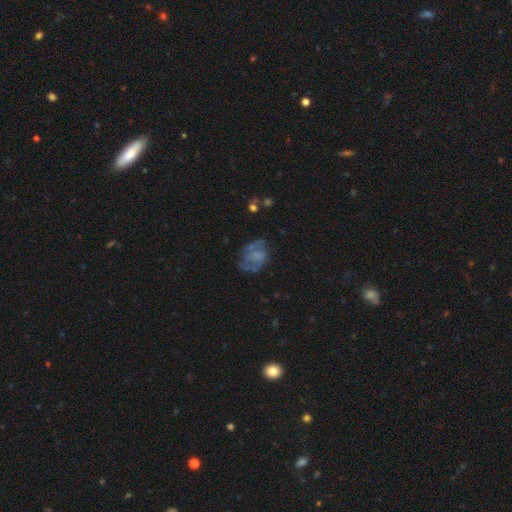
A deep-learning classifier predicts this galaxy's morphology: Overall: featured or disk (52%; smooth 35%). Edge-on disk: no (97%). Bar: no (81%). Spiral arms: no (66%; yes 34%). Bulge size: none (65%). Merging: none (48%; minor disturbance 24%).